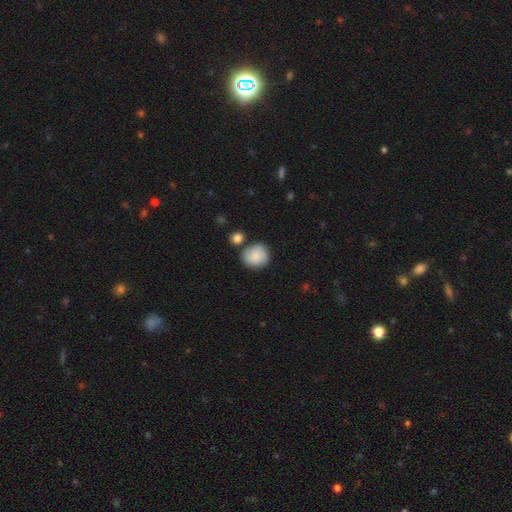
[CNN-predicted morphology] Q: Smooth or featured?
A: smooth (83%); runner-up: featured or disk (10%)
Q: How rounded?
A: round (81%); runner-up: in between (18%)
Q: Merging?
A: none (68%); runner-up: minor disturbance (16%)